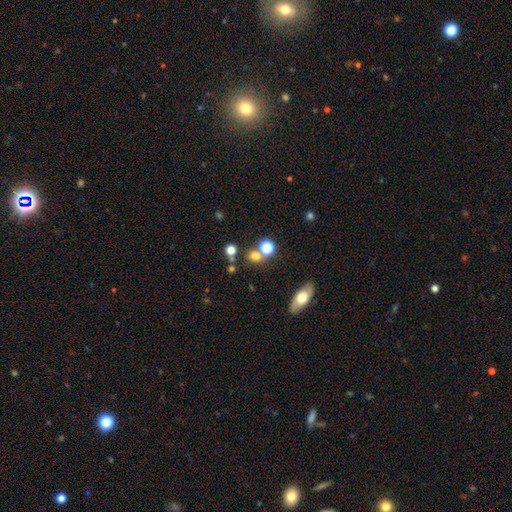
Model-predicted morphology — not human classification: A smooth galaxy with no disk features (70%) that is round (79%). Merging: none (62%).